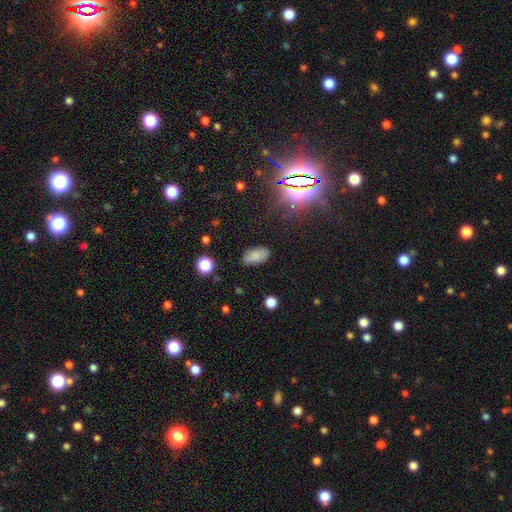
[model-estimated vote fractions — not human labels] The model was most divided on "merging": none: 82%, minor disturbance: 14%, major disturbance: 3%, merger: 2%. More confident: how rounded — in between (92%); smooth or featured — smooth (80%).